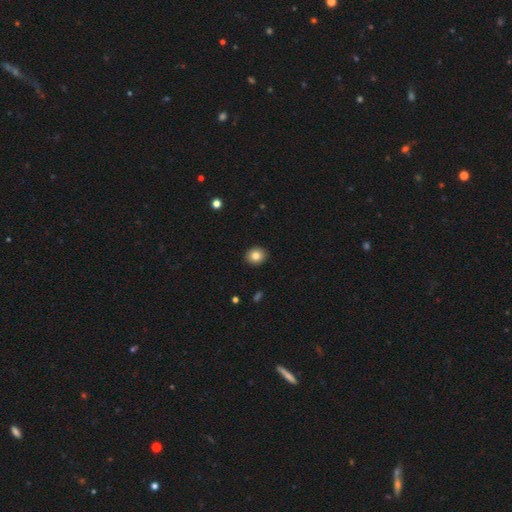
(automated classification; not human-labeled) This appears to be a smooth galaxy with no disk features (83%) that is round (73%). Merging: none (91%).